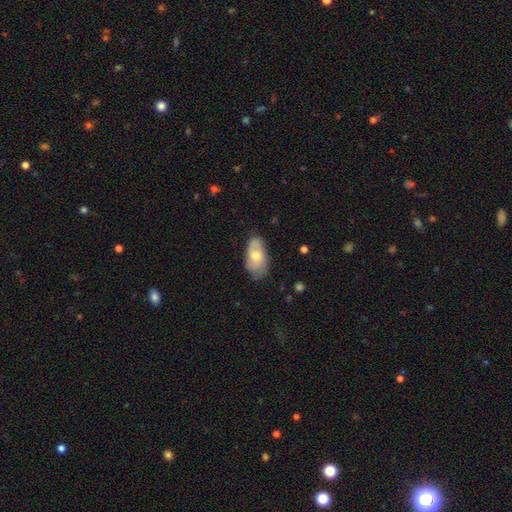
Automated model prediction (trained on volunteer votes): smooth 55%, featured or disk 39%, star or artifact 7%. Down the decision tree: how rounded — in between (92%); merging — none (67%).